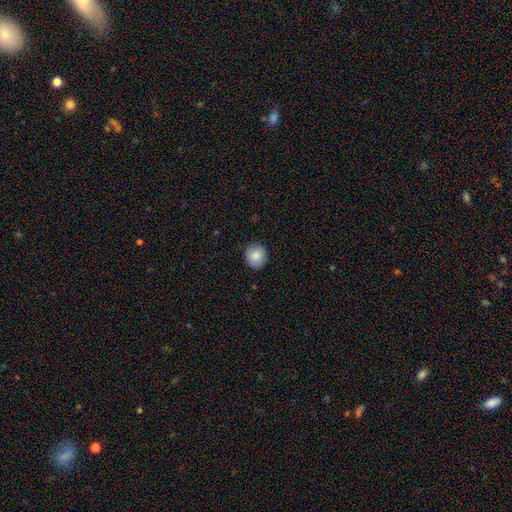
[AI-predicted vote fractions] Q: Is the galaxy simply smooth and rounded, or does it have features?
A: smooth — 84%.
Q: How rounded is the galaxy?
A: round — 88%.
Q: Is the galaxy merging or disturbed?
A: none — 87%.